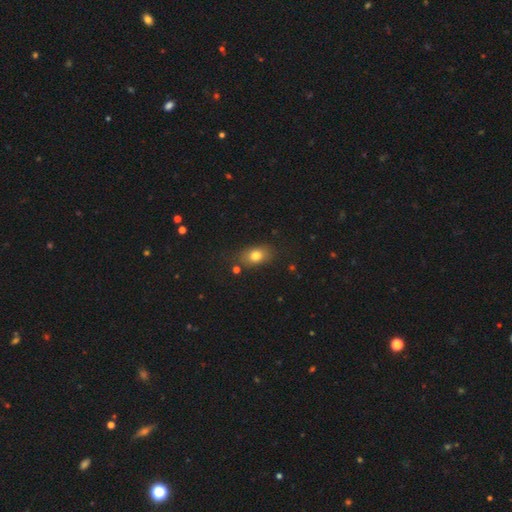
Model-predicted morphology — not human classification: Overall: smooth (78%). How rounded: in between (77%). Merging: none (77%).